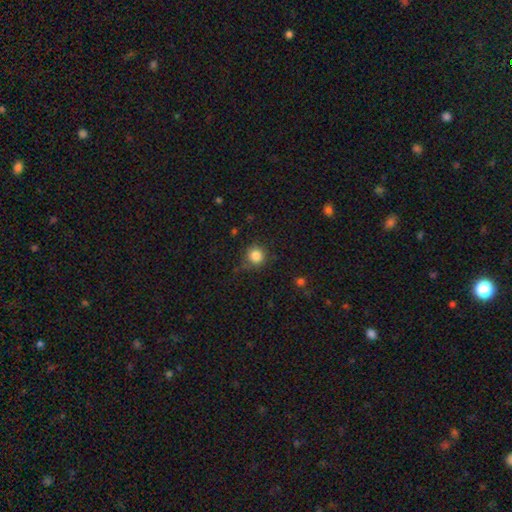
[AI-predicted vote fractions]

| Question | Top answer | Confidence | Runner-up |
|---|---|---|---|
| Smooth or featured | smooth | 84% | star or artifact (11%) |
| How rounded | round | 92% | in between (7%) |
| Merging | none | 78% | minor disturbance (16%) |